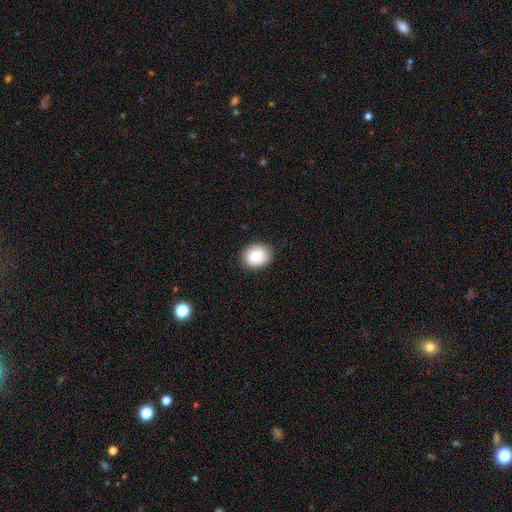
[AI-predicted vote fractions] A smooth galaxy with no disk features (82%) that is round (55%). Merging: none (88%).